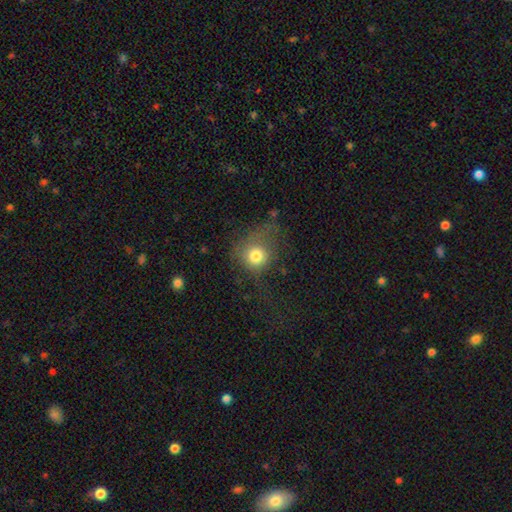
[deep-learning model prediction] Smooth or featured? Predicted: smooth (p=0.75). How rounded? Predicted: round (p=0.83). Merging? Predicted: none (p=0.42).